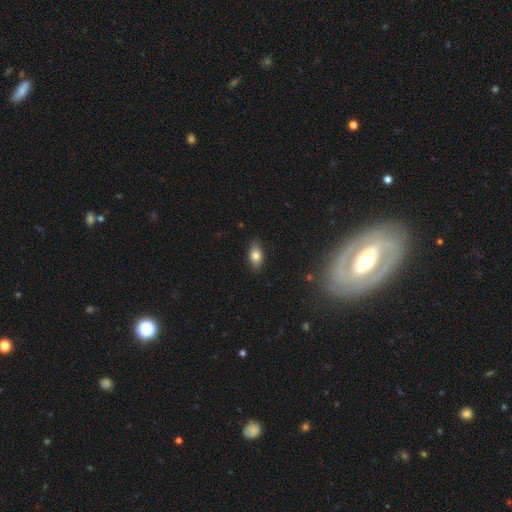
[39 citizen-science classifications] This is likely a smooth galaxy (79%). How rounded: clearly in between (81%). Merging: clearly none (83%).